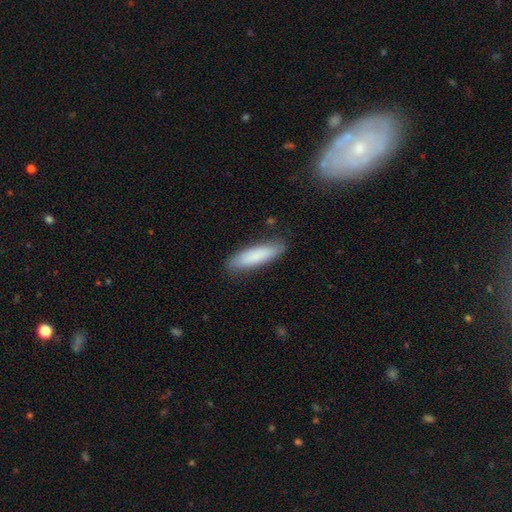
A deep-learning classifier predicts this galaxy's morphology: Smooth or featured: smooth — 83% (featured or disk — 11%)
How rounded: cigar-shaped — 68% (in between — 30%)
Merging: none — 83% (minor disturbance — 13%)